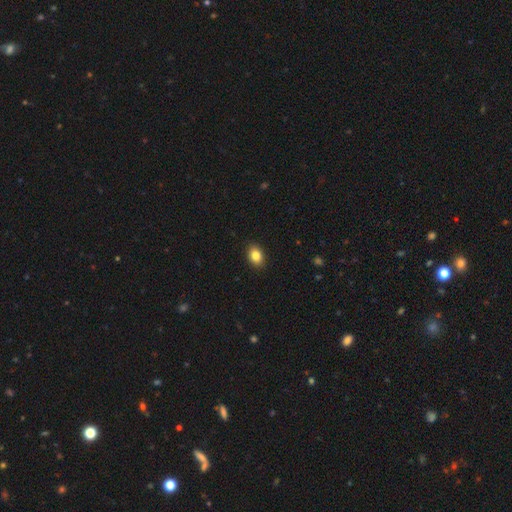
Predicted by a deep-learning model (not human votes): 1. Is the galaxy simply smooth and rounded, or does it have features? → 84% smooth, 9% star or artifact, 7% featured or disk.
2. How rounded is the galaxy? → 76% in between, 23% round, 1% cigar-shaped.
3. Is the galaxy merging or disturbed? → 90% none, 8% minor disturbance, 2% major disturbance, 1% merger.